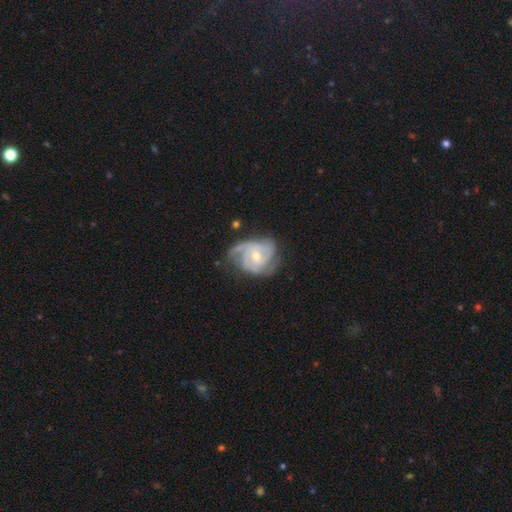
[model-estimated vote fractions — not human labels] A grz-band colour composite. It shows a featured or disk galaxy (85%) with no bar (68%), 3 (43%) tight (51%) spiral arms (95%) and a moderate central bulge (51%). Merging: none (54%).